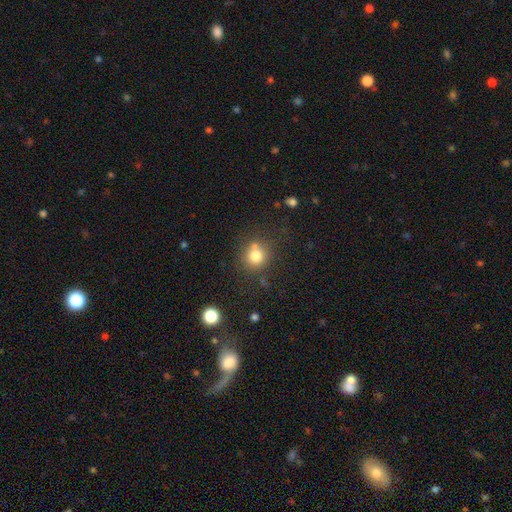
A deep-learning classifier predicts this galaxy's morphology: This appears to be a smooth galaxy with no disk features (77%) that is round (88%). Merging: none (65%).